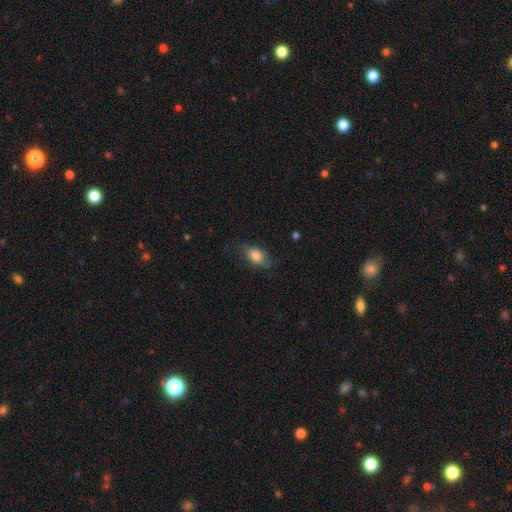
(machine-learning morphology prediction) The model was most divided on "merging": none: 71%, minor disturbance: 22%, major disturbance: 6%, merger: 1%. More confident: how rounded — in between (88%); smooth or featured — smooth (79%).